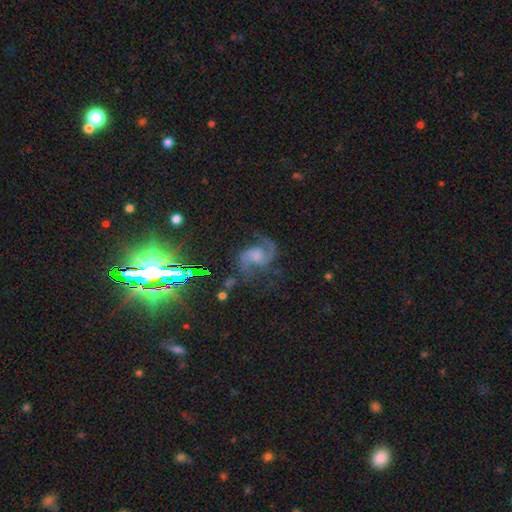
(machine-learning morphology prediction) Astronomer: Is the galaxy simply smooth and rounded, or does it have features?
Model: featured or disk — 80%.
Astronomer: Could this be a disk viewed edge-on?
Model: no — 97%.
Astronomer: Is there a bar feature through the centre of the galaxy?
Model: no — 54% (runner-up: weak, 36%).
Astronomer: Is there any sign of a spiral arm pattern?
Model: yes — 97%.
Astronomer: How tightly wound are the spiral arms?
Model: medium — 52% (runner-up: loose, 35%).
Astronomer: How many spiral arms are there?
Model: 2 — 90%.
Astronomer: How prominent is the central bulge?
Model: moderate — 36% (runner-up: small, 30%).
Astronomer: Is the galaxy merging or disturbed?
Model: none — 70%.